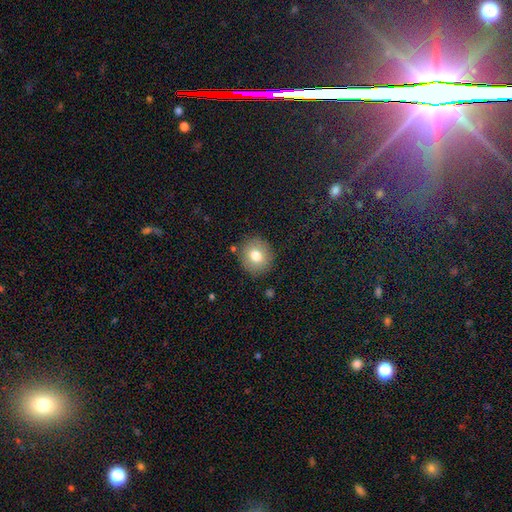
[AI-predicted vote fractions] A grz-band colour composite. It shows a smooth galaxy with no disk features (76%) that is round (86%). Merging: none (86%).